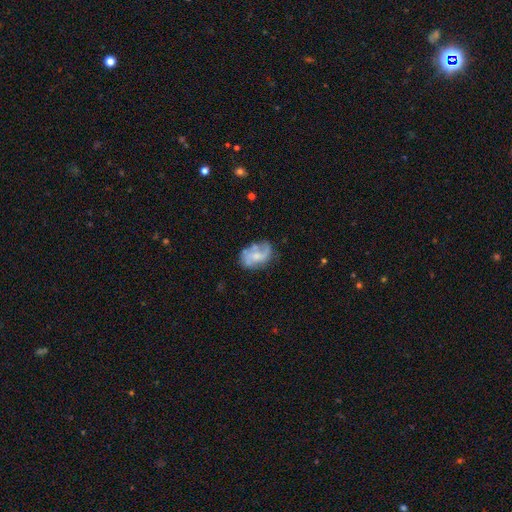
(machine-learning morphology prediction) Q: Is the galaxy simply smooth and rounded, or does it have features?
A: featured or disk — 64%.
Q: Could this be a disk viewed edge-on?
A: no — 97%.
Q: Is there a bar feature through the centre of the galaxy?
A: no — 64%.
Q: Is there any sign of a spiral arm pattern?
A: yes — 74%.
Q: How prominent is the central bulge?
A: small — 41%.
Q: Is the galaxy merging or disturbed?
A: none — 53%.